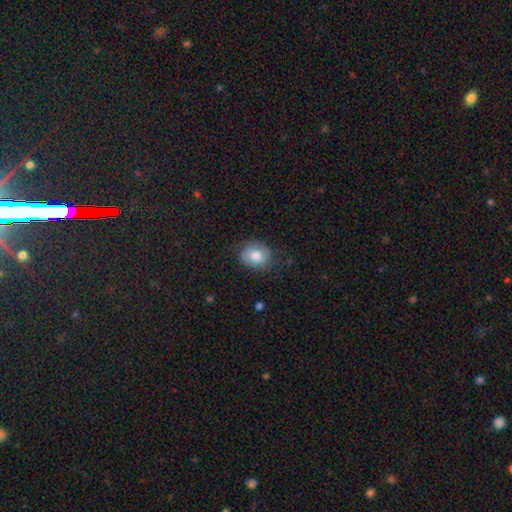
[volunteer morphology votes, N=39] Overall: smooth (74%). How rounded: round (62%; in between 38%). Merging: none (76%).